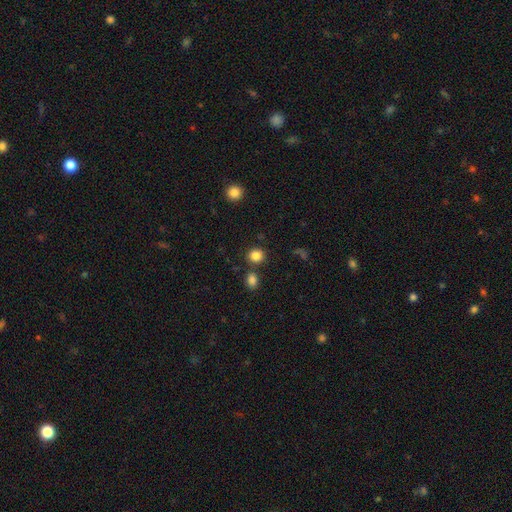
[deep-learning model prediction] This is clearly a smooth galaxy (85%). How rounded: clearly round (80%). Merging: likely none (79%).